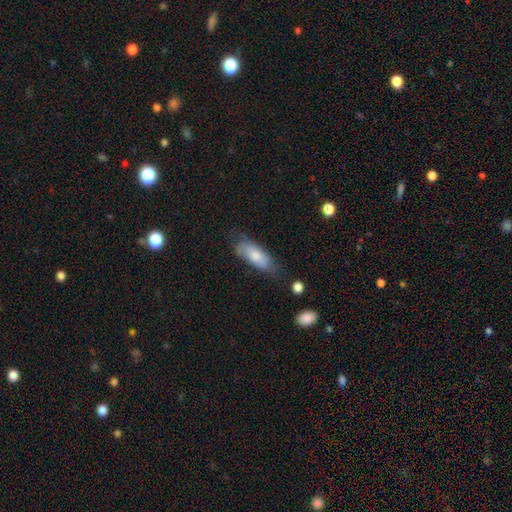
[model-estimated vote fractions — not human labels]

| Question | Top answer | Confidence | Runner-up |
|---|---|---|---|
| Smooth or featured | smooth | 74% | featured or disk (20%) |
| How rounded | in between | 78% | cigar-shaped (20%) |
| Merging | none | 55% | minor disturbance (31%) |